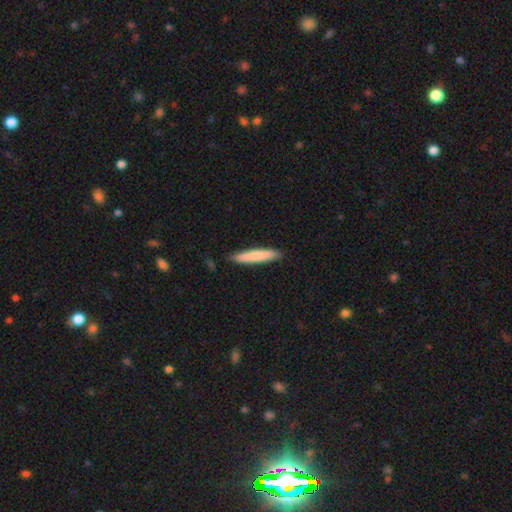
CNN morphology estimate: Overall: smooth (78%). How rounded: cigar-shaped (92%). Merging: none (88%).